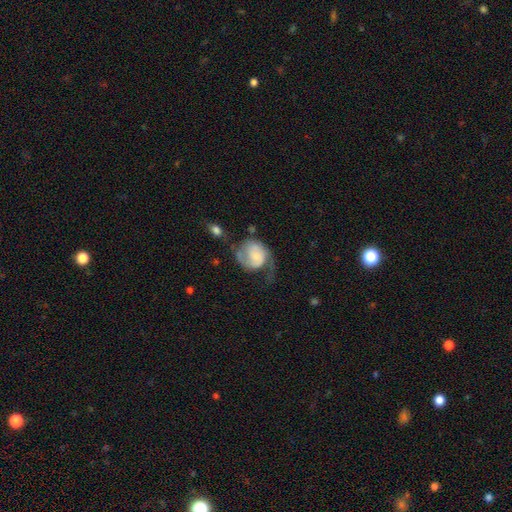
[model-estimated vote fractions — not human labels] smooth_or_featured: featured or disk (p=0.60) [alt: smooth p=0.33]
disk_edge_on: no (p=0.98) [alt: yes p=0.02]
bar: no (p=0.70) [alt: weak p=0.25]
has_spiral_arms: yes (p=0.85) [alt: no p=0.15]
bulge_size: small (p=0.41) [alt: none p=0.23]
merging: major disturbance (p=0.38) [alt: none p=0.31]